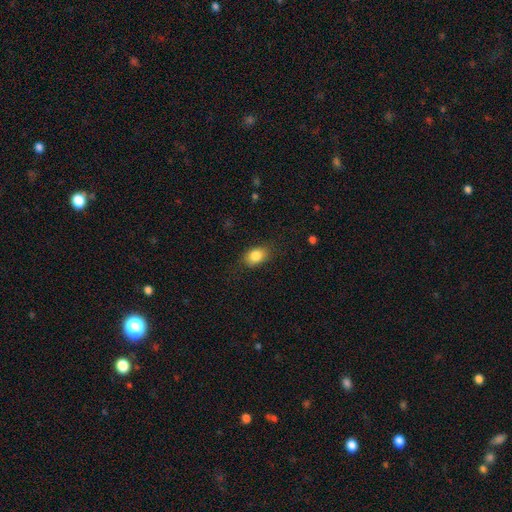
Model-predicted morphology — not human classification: A smooth galaxy with no disk features (84%) that is in between round and cigar-shaped (76%).

Vote fractions:
- Smooth or featured? smooth: 84% / star or artifact: 8% / featured or disk: 8%
- How rounded? in between: 76% / round: 23% / cigar-shaped: 2%
- Merging? none: 79% / minor disturbance: 15% / major disturbance: 5% / merger: 1%